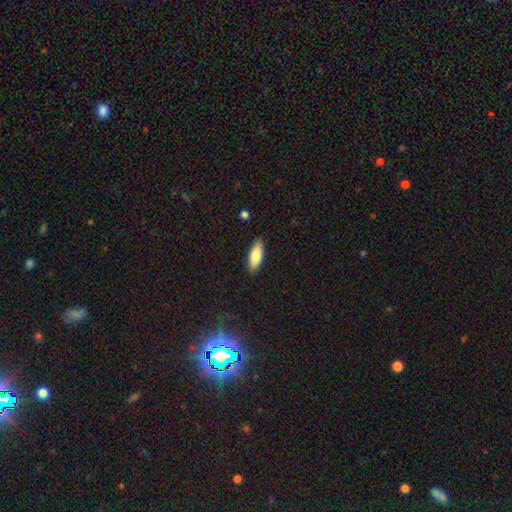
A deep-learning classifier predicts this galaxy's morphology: smooth_or_featured: smooth (p=0.81) [alt: featured or disk p=0.13]
how_rounded: in between (p=0.72) [alt: cigar-shaped p=0.26]
merging: none (p=0.88) [alt: minor disturbance p=0.09]